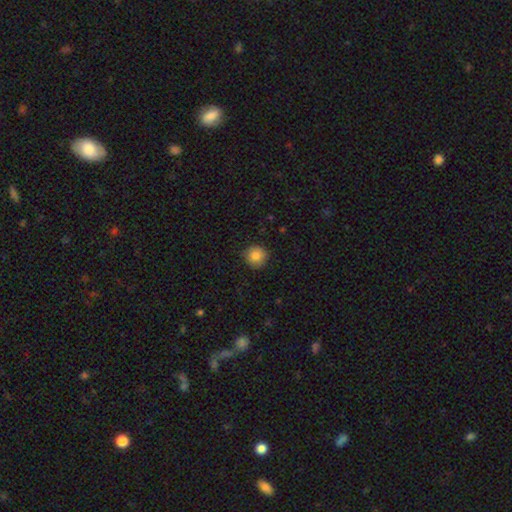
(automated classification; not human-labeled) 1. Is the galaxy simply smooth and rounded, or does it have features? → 85% smooth, 9% star or artifact, 6% featured or disk.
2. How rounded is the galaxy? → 94% round, 5% in between, 1% cigar-shaped.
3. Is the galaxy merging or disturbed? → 88% none, 9% minor disturbance, 2% major disturbance, 1% merger.